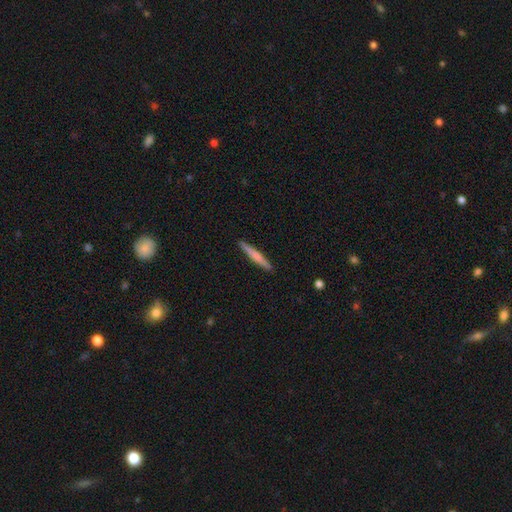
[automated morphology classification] The model was most divided on "smooth or featured": smooth: 54%, featured or disk: 41%, star or artifact: 5%. More confident: how rounded — cigar-shaped (95%); merging — none (91%).